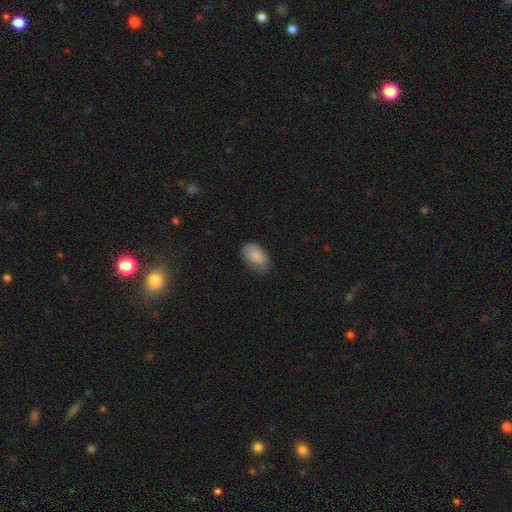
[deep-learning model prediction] smooth-or-featured: smooth: 86% | featured or disk: 7% | star or artifact: 7%
  how-rounded: in between: 90% | round: 8% | cigar-shaped: 1%
  merging: none: 69% | minor disturbance: 25% | major disturbance: 5% | merger: 1%